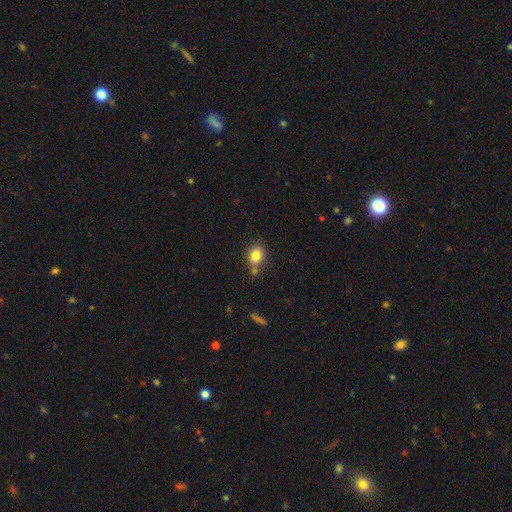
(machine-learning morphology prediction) Smooth or featured: smooth — 82% (star or artifact — 10%)
How rounded: round — 52% (in between — 47%)
Merging: none — 64% (merger — 17%)